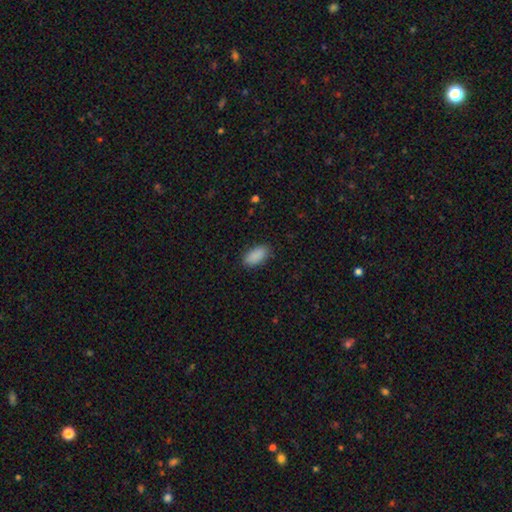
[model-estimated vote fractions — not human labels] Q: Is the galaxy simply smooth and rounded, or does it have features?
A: smooth — 90%.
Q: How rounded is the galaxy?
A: in between — 93%.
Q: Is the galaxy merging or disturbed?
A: none — 87%.